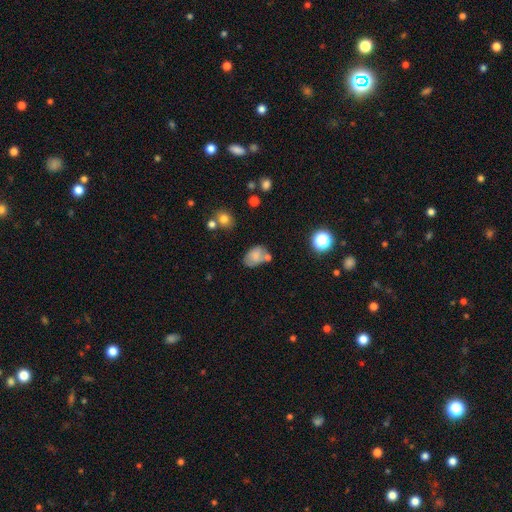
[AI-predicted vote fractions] Smooth or featured? smooth (70%)
How rounded? in between (82%)
Merging? none (44%)